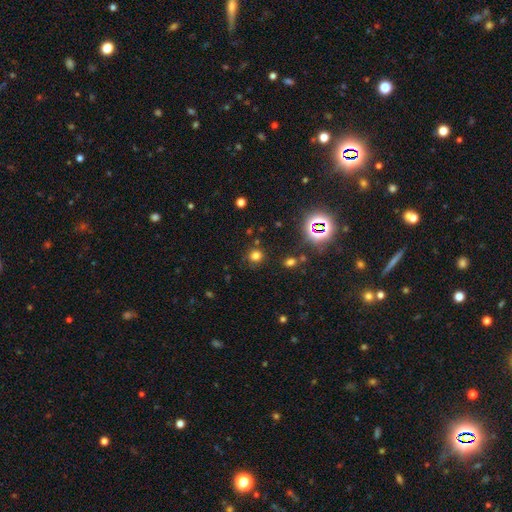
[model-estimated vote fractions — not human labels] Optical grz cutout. It shows a smooth galaxy with no disk features (72%) that is round (90%). Merging: none (85%).